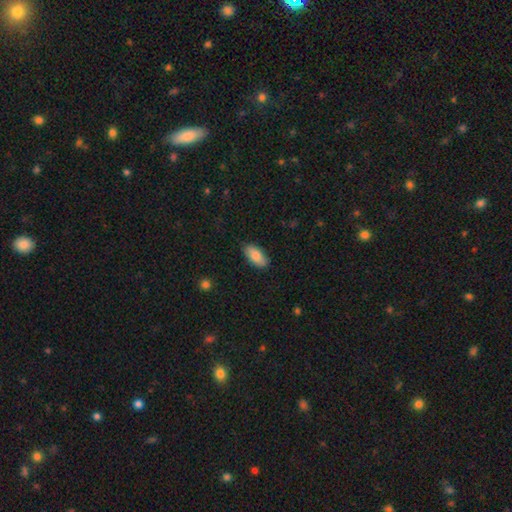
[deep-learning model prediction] Smooth or featured?
  - smooth: 85% *
  - featured or disk: 9%
  - star or artifact: 6%
How rounded?
  - in between: 90% *
  - cigar-shaped: 8%
  - round: 2%
Merging?
  - none: 85% *
  - minor disturbance: 11%
  - major disturbance: 2%
  - merger: 1%